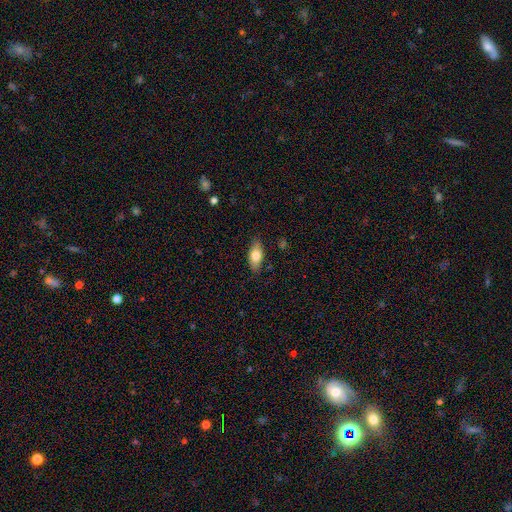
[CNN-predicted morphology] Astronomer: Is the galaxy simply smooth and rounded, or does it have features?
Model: smooth — 75%.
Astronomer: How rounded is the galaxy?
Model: in between — 84%.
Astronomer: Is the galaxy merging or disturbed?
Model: none — 84%.